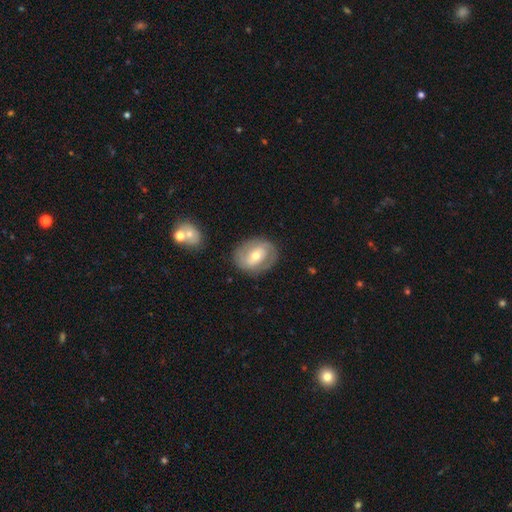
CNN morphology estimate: The model was most divided on "bar": weak: 40%, no: 38%, strong: 22%. More confident: edge-on disk — no (96%); merging — none (80%); spiral arms — yes (70%); bulge size — moderate (65%); smooth or featured — featured or disk (62%).